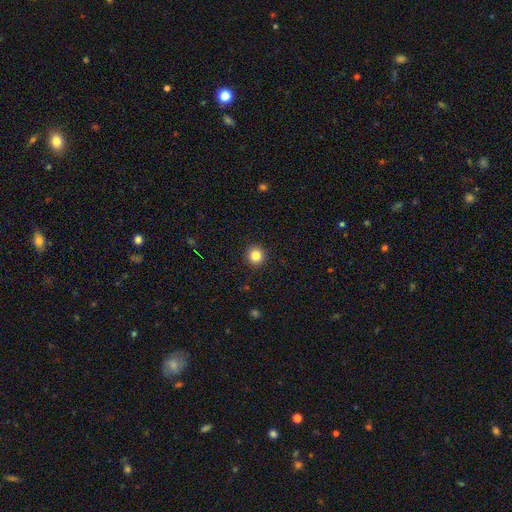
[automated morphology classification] Smooth or featured? Predicted: smooth (p=0.84). How rounded? Predicted: round (p=0.94). Merging? Predicted: none (p=0.93).